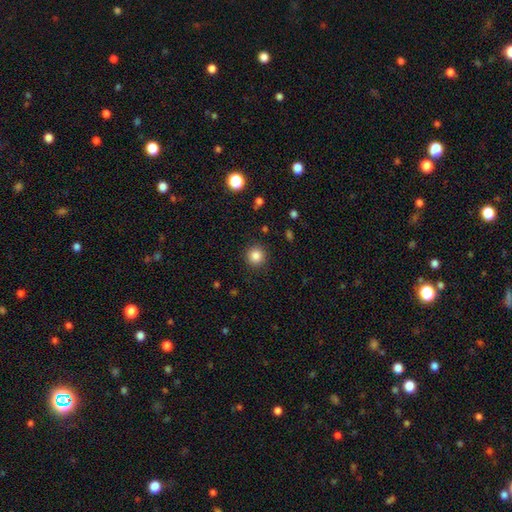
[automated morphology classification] smooth_or_featured: smooth (p=0.85) [alt: star or artifact p=0.11]
how_rounded: round (p=0.94) [alt: in between p=0.05]
merging: none (p=0.91) [alt: minor disturbance p=0.06]